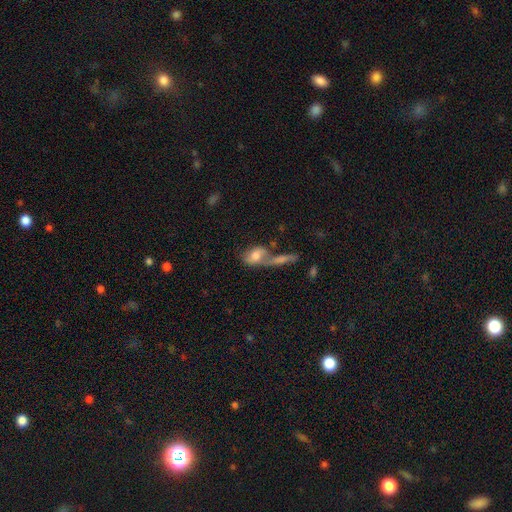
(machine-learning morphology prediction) This appears to be a smooth galaxy with no disk features (66%) that is in between round and cigar-shaped (78%). Merging: merger (57%).